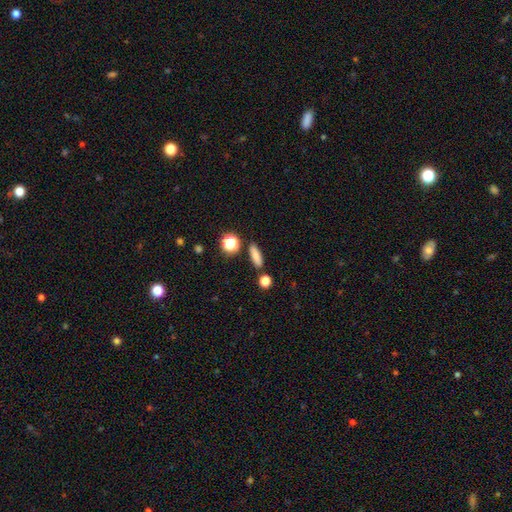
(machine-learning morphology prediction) This is clearly a smooth galaxy (81%). How rounded: possibly in between (48%). Merging: clearly none (84%).